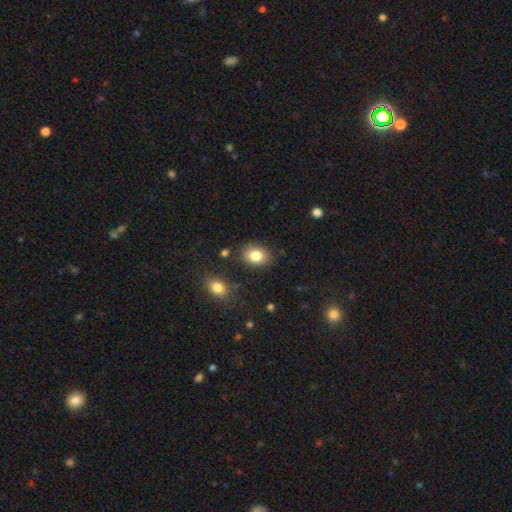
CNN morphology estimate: The model was most divided on "how rounded": in between: 67%, round: 32%, cigar-shaped: 1%. More confident: merging — none (85%); smooth or featured — smooth (83%).